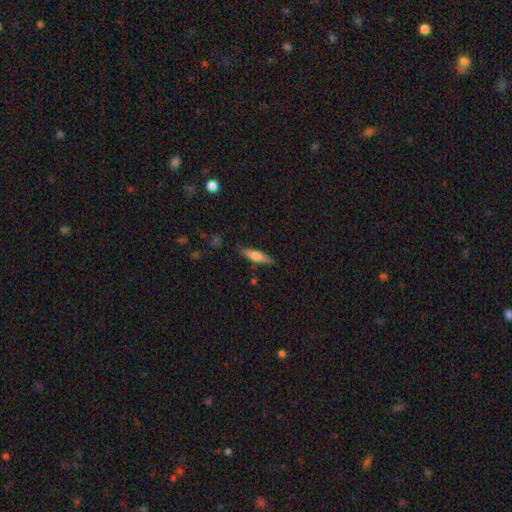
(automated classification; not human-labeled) Q: Smooth or featured?
A: smooth (56%); runner-up: featured or disk (37%)
Q: How rounded?
A: cigar-shaped (77%); runner-up: in between (21%)
Q: Merging?
A: none (84%); runner-up: minor disturbance (12%)